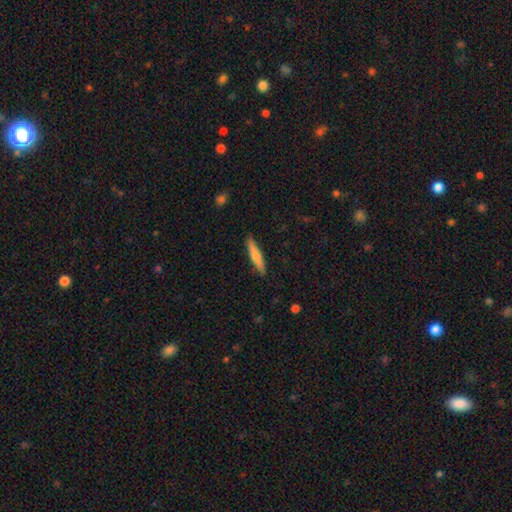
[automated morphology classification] smooth 63%, featured or disk 31%, star or artifact 6%. Down the decision tree: how rounded — cigar-shaped (88%); merging — none (89%).